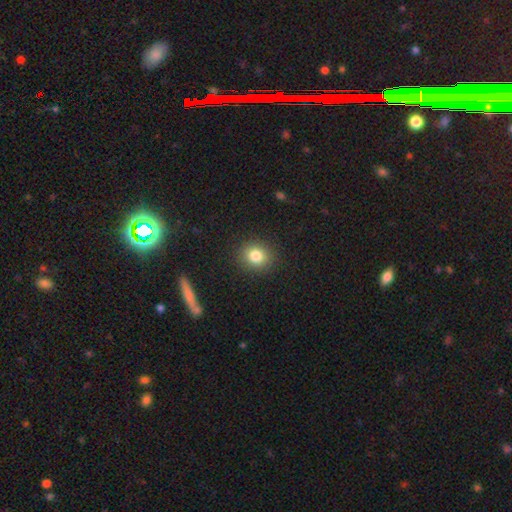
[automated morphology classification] type=smooth (82%); roundness=round (78%); merging=none (90%).